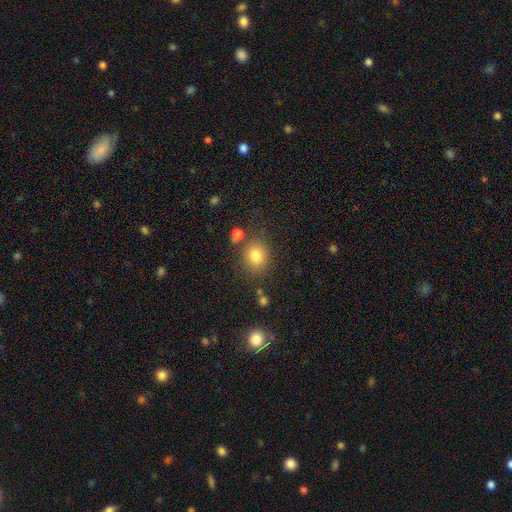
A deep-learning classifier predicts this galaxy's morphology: Smooth or featured?
  - smooth: 81% *
  - star or artifact: 12%
  - featured or disk: 7%
How rounded?
  - round: 65% *
  - in between: 34%
  - cigar-shaped: 1%
Merging?
  - none: 75% *
  - minor disturbance: 12%
  - merger: 9%
  - major disturbance: 4%